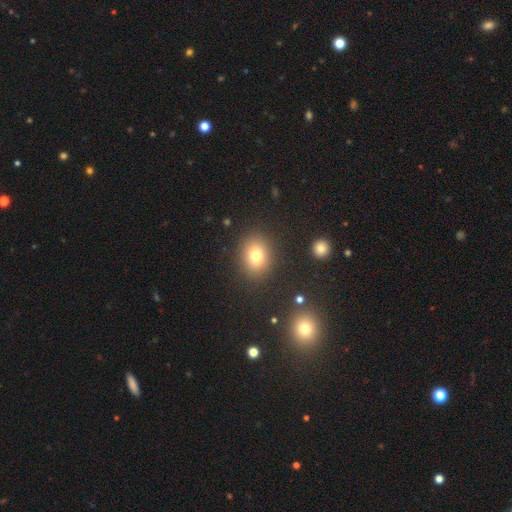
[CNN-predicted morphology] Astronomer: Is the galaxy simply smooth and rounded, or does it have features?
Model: smooth — 77%.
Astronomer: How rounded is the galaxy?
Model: round — 52% (runner-up: in between, 47%).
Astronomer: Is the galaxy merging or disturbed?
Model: none — 87%.